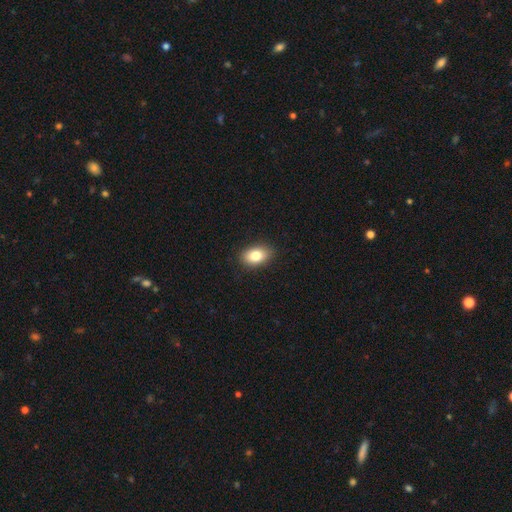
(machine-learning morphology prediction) Smooth or featured?
  - smooth: 81% *
  - featured or disk: 10%
  - star or artifact: 8%
How rounded?
  - in between: 86% *
  - round: 13%
  - cigar-shaped: 1%
Merging?
  - none: 89% *
  - minor disturbance: 8%
  - major disturbance: 2%
  - merger: 1%